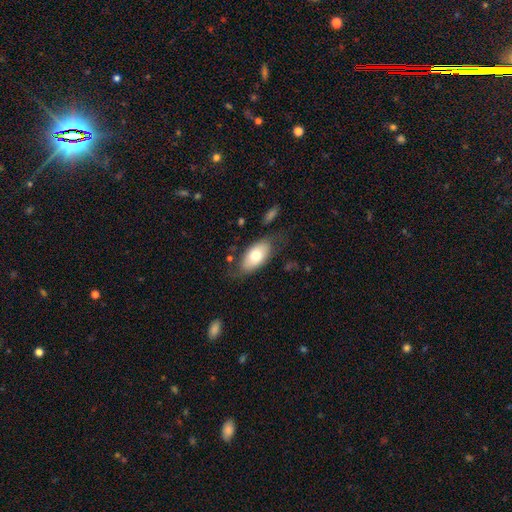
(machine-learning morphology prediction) Smooth or featured? Predicted: smooth (p=0.69). How rounded? Predicted: in between (p=0.93). Merging? Predicted: none (p=0.66).